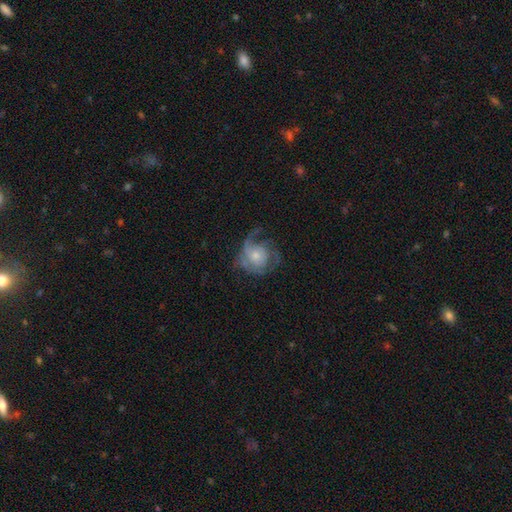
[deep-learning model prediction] Q: Smooth or featured?
A: featured or disk (66%); runner-up: smooth (27%)
Q: Edge-on disk?
A: no (98%); runner-up: yes (2%)
Q: Bar?
A: no (81%); runner-up: weak (17%)
Q: Spiral arms?
A: yes (82%); runner-up: no (18%)
Q: Spiral winding?
A: medium (39%); runner-up: tight (33%)
Q: Spiral arm count?
A: can't tell (28%); runner-up: 2 (25%)
Q: Bulge size?
A: moderate (46%); runner-up: small (39%)
Q: Merging?
A: none (45%); runner-up: major disturbance (31%)